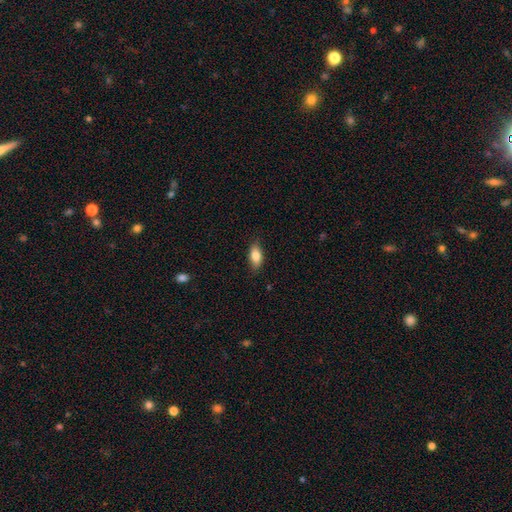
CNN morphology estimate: smooth 82%, featured or disk 11%, star or artifact 7%. Down the decision tree: how rounded — in between (87%); merging — none (82%).